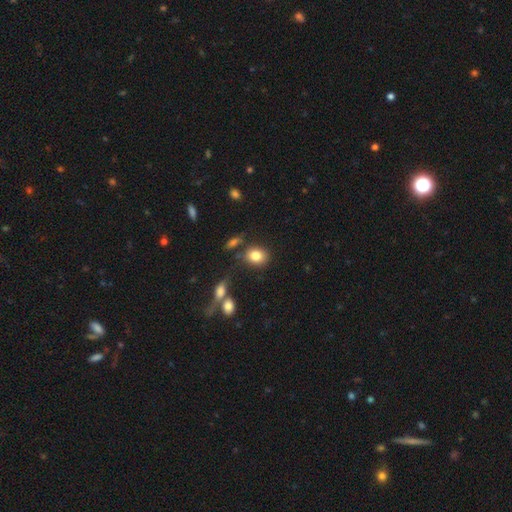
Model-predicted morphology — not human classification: A smooth galaxy with no disk features (83%) that is round (52%).

Vote fractions:
- Smooth or featured? smooth: 83% / star or artifact: 9% / featured or disk: 8%
- How rounded? round: 52% / in between: 47% / cigar-shaped: 2%
- Merging? none: 74% / minor disturbance: 12% / merger: 9% / major disturbance: 5%